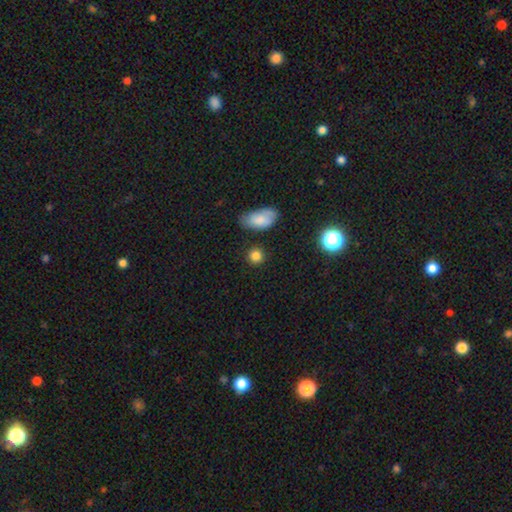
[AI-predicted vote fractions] Q: Smooth or featured?
A: smooth (82%); runner-up: star or artifact (12%)
Q: How rounded?
A: round (85%); runner-up: in between (13%)
Q: Merging?
A: none (84%); runner-up: minor disturbance (10%)